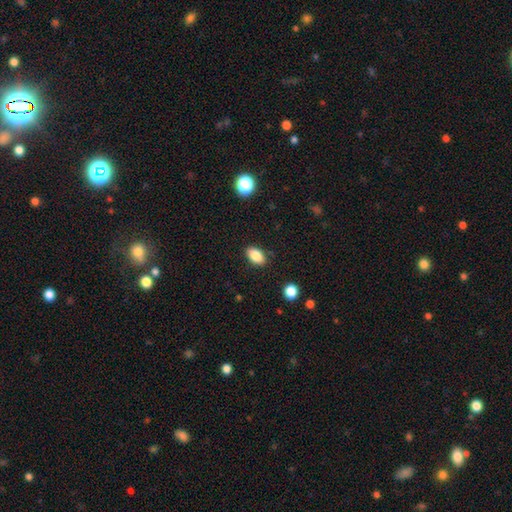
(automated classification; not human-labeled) Smooth or featured: smooth — 86% (star or artifact — 8%)
How rounded: in between — 90% (round — 8%)
Merging: none — 87% (minor disturbance — 10%)